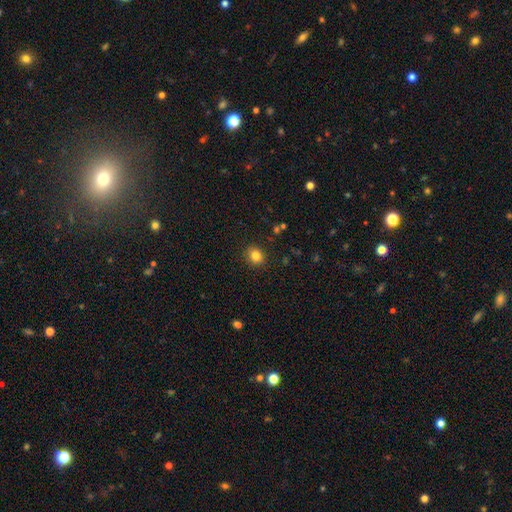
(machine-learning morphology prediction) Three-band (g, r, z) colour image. It shows a smooth galaxy with no disk features (82%) that is round (74%). Merging: none (90%).